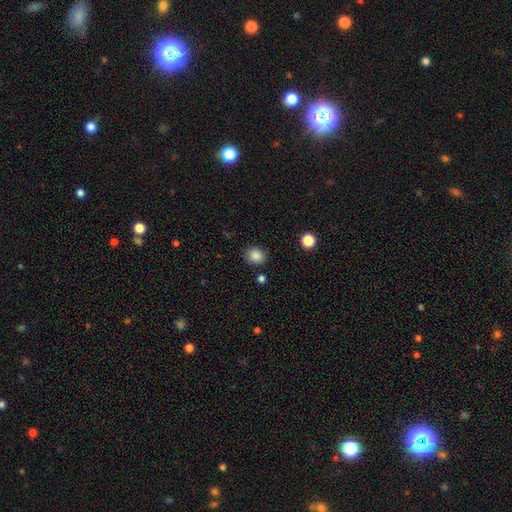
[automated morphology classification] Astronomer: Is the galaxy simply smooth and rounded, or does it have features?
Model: smooth — 86%.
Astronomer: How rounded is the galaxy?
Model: round — 55% (runner-up: in between, 44%).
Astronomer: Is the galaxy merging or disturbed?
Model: none — 84%.